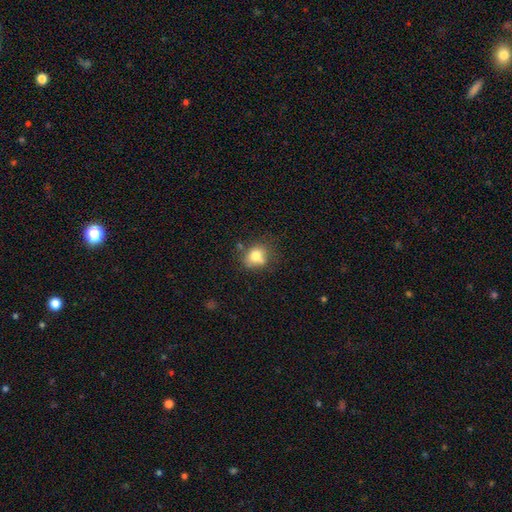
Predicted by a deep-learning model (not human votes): A smooth galaxy with no disk features (76%) that is round (66%).

Vote fractions:
- Smooth or featured? smooth: 76% / featured or disk: 13% / star or artifact: 11%
- How rounded? round: 66% / in between: 33% / cigar-shaped: 1%
- Merging? none: 61% / minor disturbance: 21% / merger: 12% / major disturbance: 6%